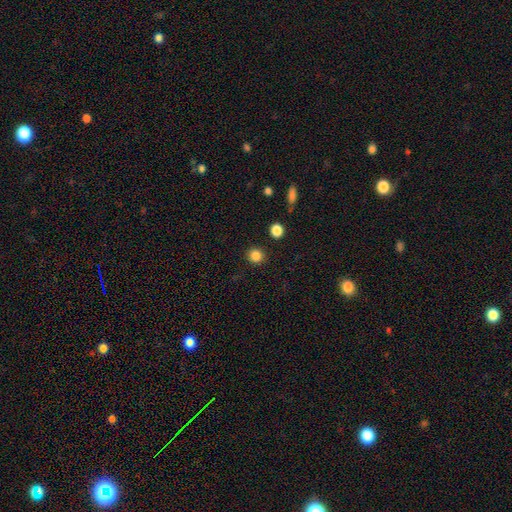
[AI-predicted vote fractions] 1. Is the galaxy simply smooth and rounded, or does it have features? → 85% smooth, 12% star or artifact, 3% featured or disk.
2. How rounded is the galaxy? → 92% round, 7% in between, 1% cigar-shaped.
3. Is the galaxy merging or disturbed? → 91% none, 5% minor disturbance, 2% major disturbance, 2% merger.